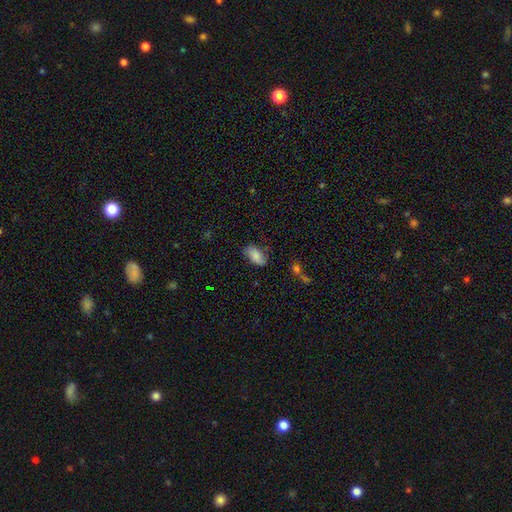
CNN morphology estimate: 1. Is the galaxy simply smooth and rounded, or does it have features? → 74% smooth, 18% featured or disk, 8% star or artifact.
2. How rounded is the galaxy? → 93% in between, 4% round, 3% cigar-shaped.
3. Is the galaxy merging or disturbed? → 68% none, 24% minor disturbance, 6% major disturbance, 2% merger.